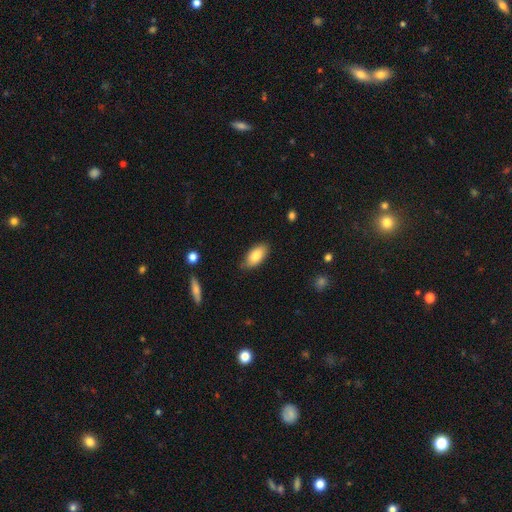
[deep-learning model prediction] A smooth galaxy with no disk features (82%) that is in between round and cigar-shaped (92%). Merging: none (81%).